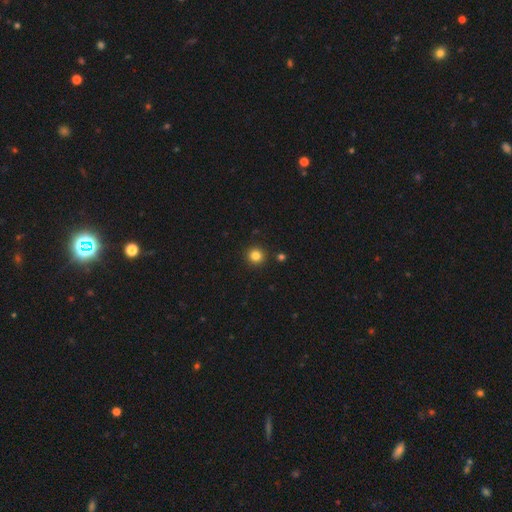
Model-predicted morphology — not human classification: This is clearly a smooth galaxy (83%). How rounded: clearly round (95%). Merging: clearly none (92%).